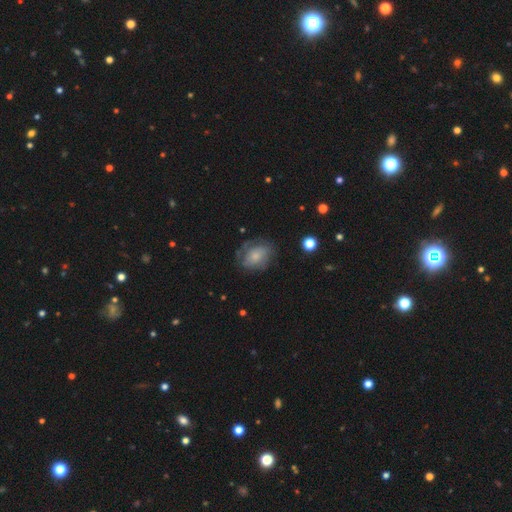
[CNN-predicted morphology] smooth_or_featured: smooth (p=0.49) [alt: featured or disk p=0.43]
merging: none (p=0.58) [alt: minor disturbance p=0.25]